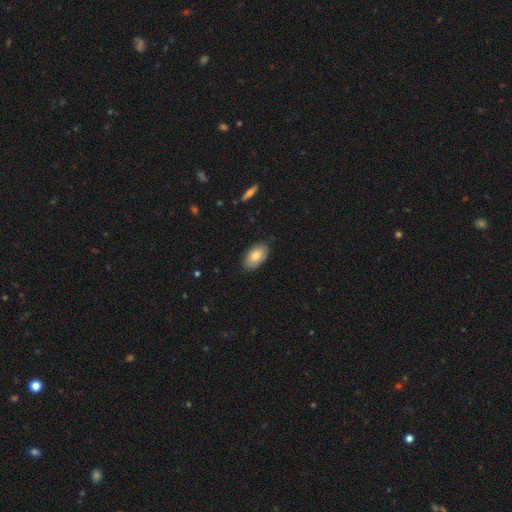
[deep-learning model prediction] Overall: smooth (79%). How rounded: in between (94%). Merging: none (85%).